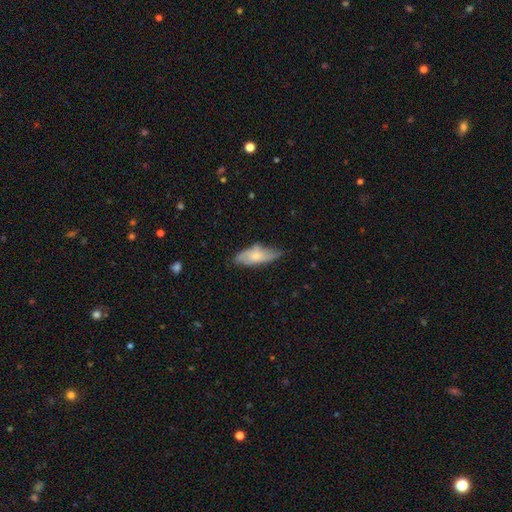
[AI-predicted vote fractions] A smooth galaxy with no disk features (58%) that is in between round and cigar-shaped (76%).

Vote fractions:
- Smooth or featured? smooth: 58% / featured or disk: 36% / star or artifact: 6%
- How rounded? in between: 76% / cigar-shaped: 22% / round: 2%
- Merging? none: 56% / minor disturbance: 33% / major disturbance: 8% / merger: 3%